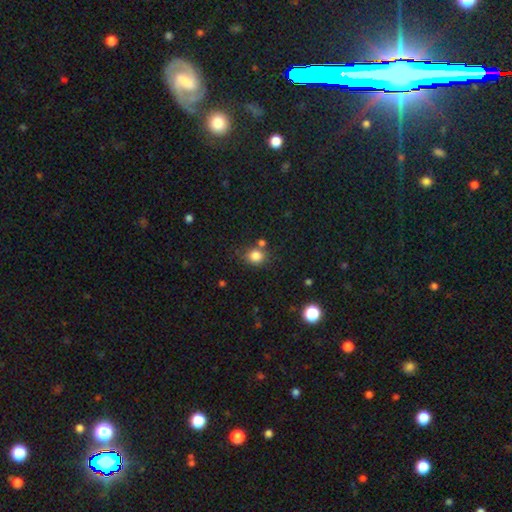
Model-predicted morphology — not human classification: smooth_or_featured: smooth (p=0.83) [alt: star or artifact p=0.12]
how_rounded: round (p=0.73) [alt: in between p=0.26]
merging: none (p=0.70) [alt: merger p=0.13]